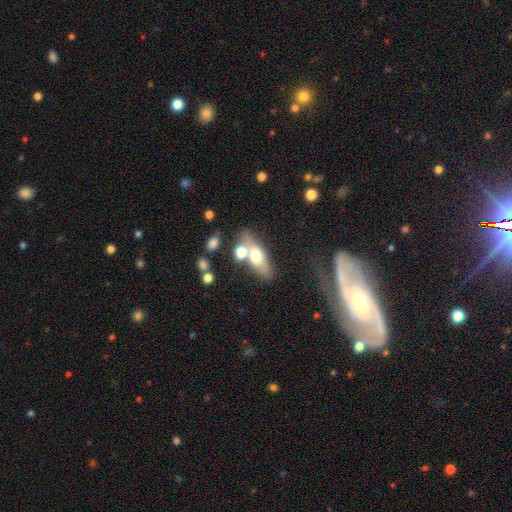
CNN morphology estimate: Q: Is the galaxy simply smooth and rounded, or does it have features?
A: smooth — 60%.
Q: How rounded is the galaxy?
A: in between — 65%.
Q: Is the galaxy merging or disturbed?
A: none — 54%.